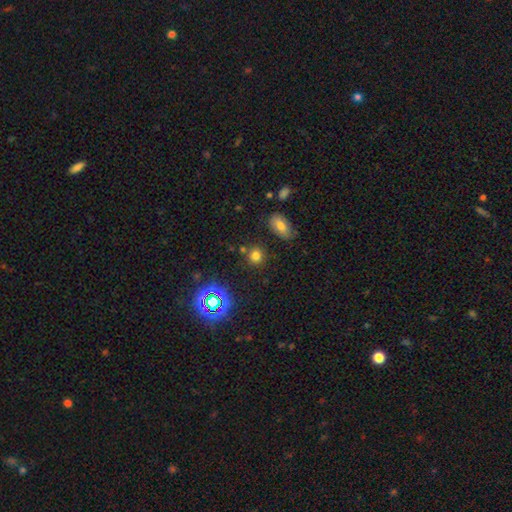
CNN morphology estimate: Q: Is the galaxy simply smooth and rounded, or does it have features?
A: smooth — 71%.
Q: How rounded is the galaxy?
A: round — 82%.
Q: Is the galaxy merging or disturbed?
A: none — 82%.